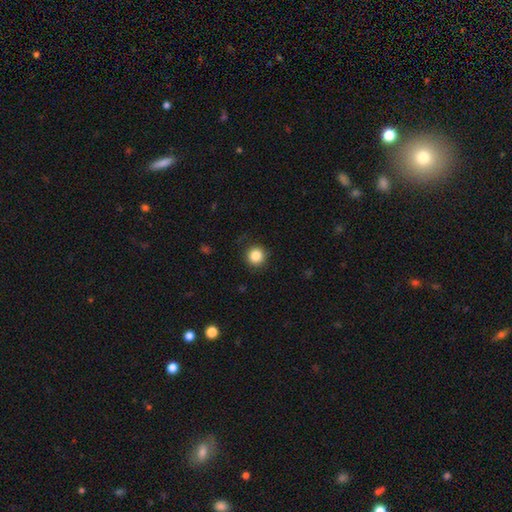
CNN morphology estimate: Smooth or featured? smooth (86%)
How rounded? round (94%)
Merging? none (90%)